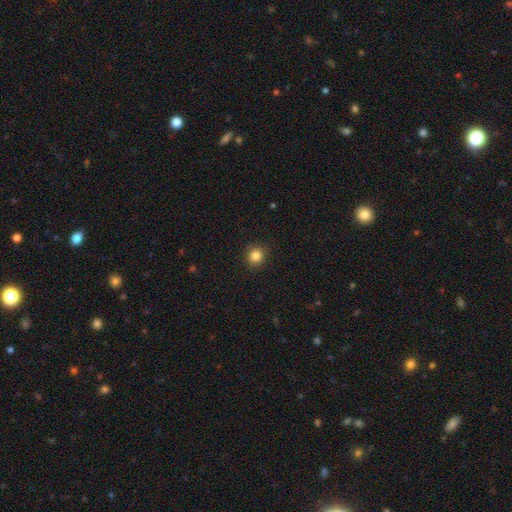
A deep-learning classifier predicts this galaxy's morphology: A smooth galaxy with no disk features (84%) that is round (89%). Merging: none (91%).